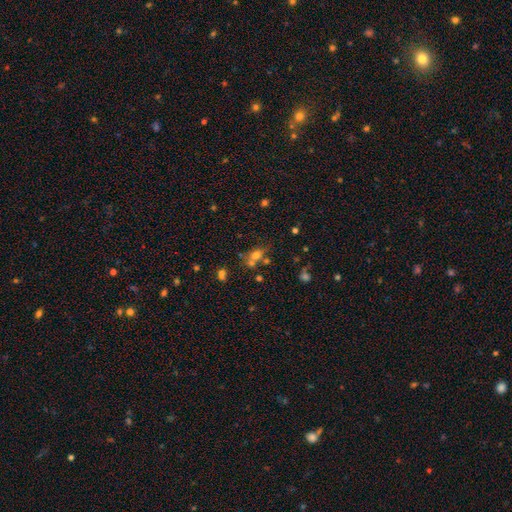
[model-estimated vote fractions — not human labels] Q: Smooth or featured?
A: smooth (64%); runner-up: star or artifact (21%)
Q: How rounded?
A: round (55%); runner-up: in between (43%)
Q: Merging?
A: none (46%); runner-up: merger (36%)